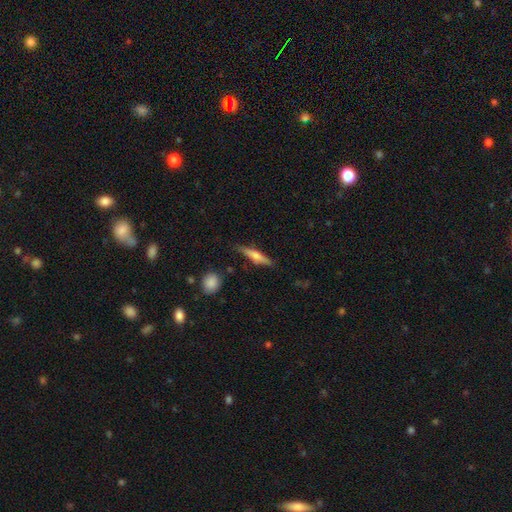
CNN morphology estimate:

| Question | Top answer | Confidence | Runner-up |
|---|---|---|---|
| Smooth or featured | smooth | 54% | featured or disk (39%) |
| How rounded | cigar-shaped | 84% | in between (13%) |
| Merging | none | 82% | minor disturbance (13%) |